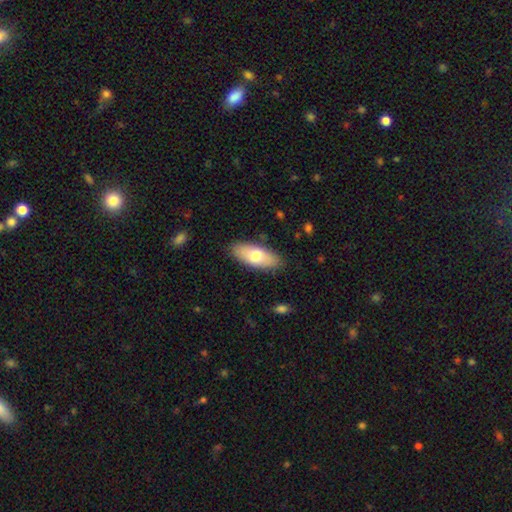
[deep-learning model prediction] A smooth galaxy with no disk features (70%) that is in between round and cigar-shaped (81%).

Vote fractions:
- Smooth or featured? smooth: 70% / featured or disk: 25% / star or artifact: 6%
- How rounded? in between: 81% / cigar-shaped: 16% / round: 2%
- Merging? none: 86% / minor disturbance: 10% / major disturbance: 2% / merger: 1%